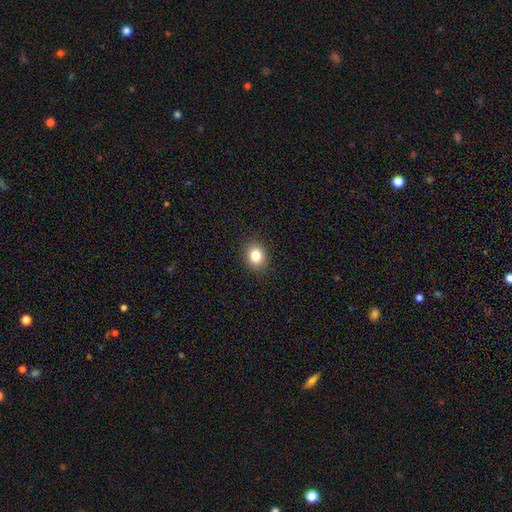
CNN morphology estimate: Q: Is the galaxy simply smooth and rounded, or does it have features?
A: smooth — 82%.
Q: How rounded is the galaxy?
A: round — 50%.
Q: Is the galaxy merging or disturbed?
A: none — 89%.